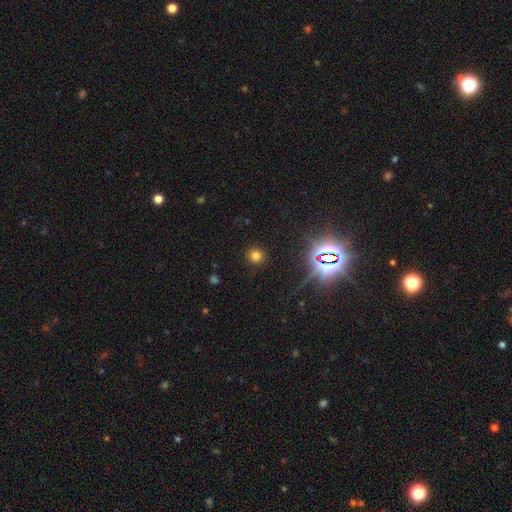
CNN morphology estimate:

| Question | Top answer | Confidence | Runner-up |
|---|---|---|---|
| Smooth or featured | smooth | 71% | star or artifact (22%) |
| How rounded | round | 91% | in between (8%) |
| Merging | none | 90% | minor disturbance (6%) |